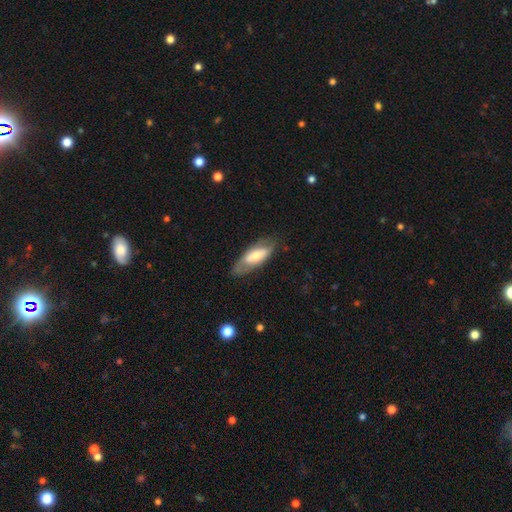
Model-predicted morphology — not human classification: This appears to be a smooth galaxy with no disk features (50%) that is in between round and cigar-shaped (74%). Merging: none (67%).